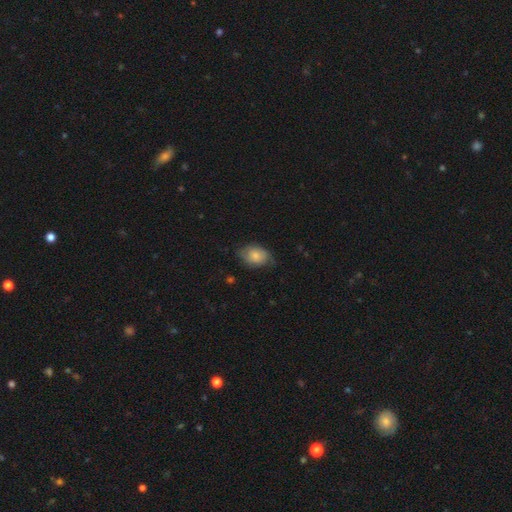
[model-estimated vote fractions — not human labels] Smooth or featured? Predicted: smooth (p=0.72). How rounded? Predicted: in between (p=0.74). Merging? Predicted: none (p=0.61).